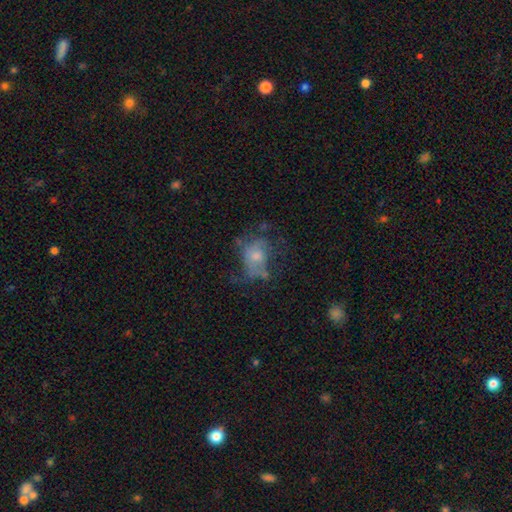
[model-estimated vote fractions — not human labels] The model was most divided on "merging": none: 39%, major disturbance: 33%, minor disturbance: 24%, merger: 4%. Remaining: smooth or featured — featured or disk (47%).